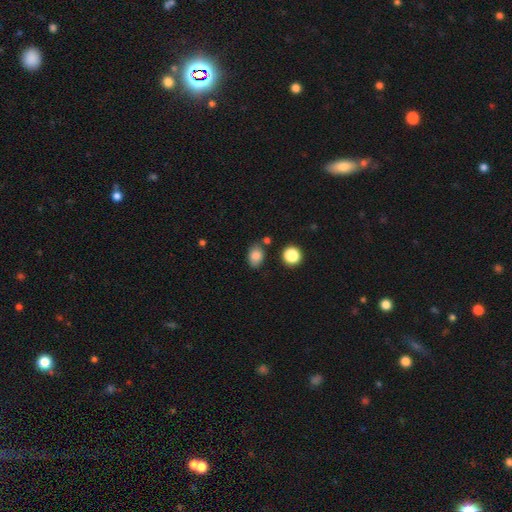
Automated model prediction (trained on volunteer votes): Smooth or featured? smooth (82%)
How rounded? in between (73%)
Merging? none (75%)